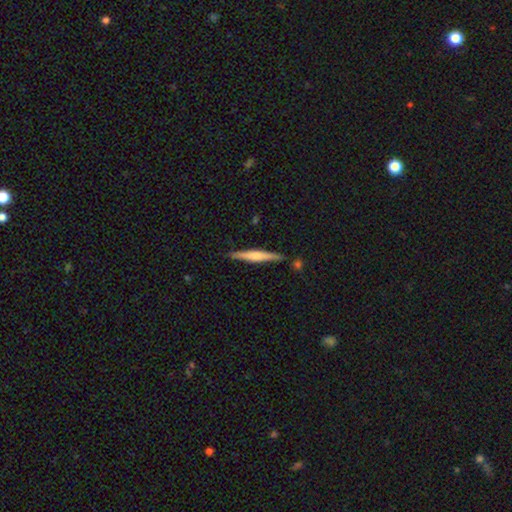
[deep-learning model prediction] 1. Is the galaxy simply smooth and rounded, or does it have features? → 52% featured or disk, 42% smooth, 6% star or artifact.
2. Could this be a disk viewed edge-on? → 97% yes, 3% no.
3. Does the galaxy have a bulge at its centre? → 56% rounded, 24% boxy, 20% none.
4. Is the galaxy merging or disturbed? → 85% none, 10% minor disturbance, 3% merger, 2% major disturbance.